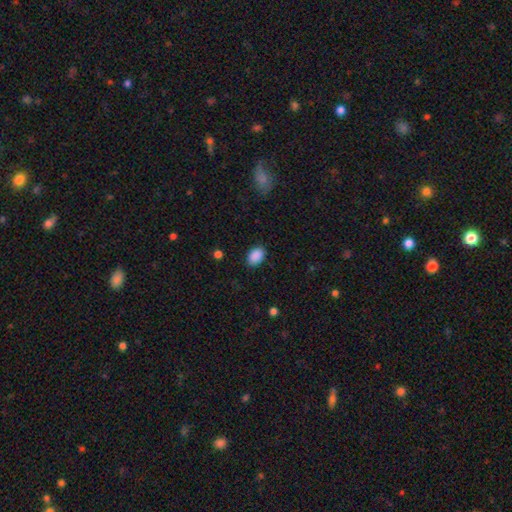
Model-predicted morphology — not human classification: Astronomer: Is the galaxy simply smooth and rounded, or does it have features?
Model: smooth — 90%.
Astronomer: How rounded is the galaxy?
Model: in between — 88%.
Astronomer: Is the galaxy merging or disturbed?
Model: none — 87%.